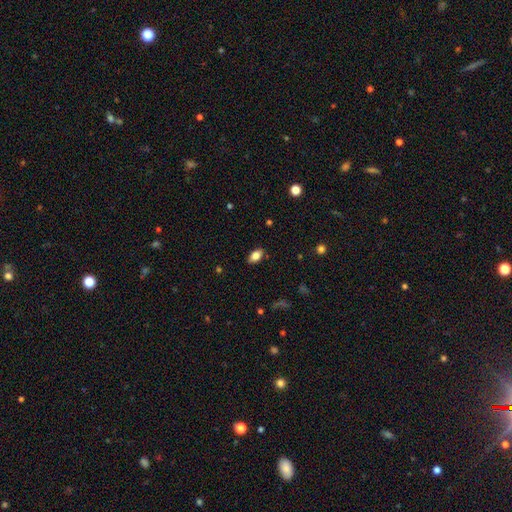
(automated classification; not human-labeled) Smooth or featured? smooth (82%)
How rounded? in between (90%)
Merging? none (87%)